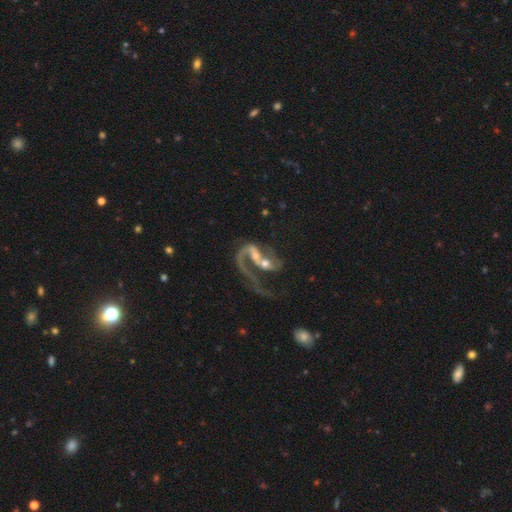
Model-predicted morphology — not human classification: smooth-or-featured: featured or disk: 82% | smooth: 11% | star or artifact: 7%
  disk-edge-on: no: 96% | yes: 4%
    bar: no: 42% | weak: 34% | strong: 24%
    has-spiral-arms: yes: 85% | no: 15%
      spiral-winding: loose: 56% | medium: 32% | tight: 12%
      spiral-arm-count: 1: 62% | 2: 30% | can't tell: 5% | 3: 2% | 4: 1% | more than 4: 1%
    bulge-size: moderate: 44% | small: 41% | none: 8% | large: 5% | dominant: 2%
  merging: merger: 51% | major disturbance: 24% | none: 18% | minor disturbance: 8%